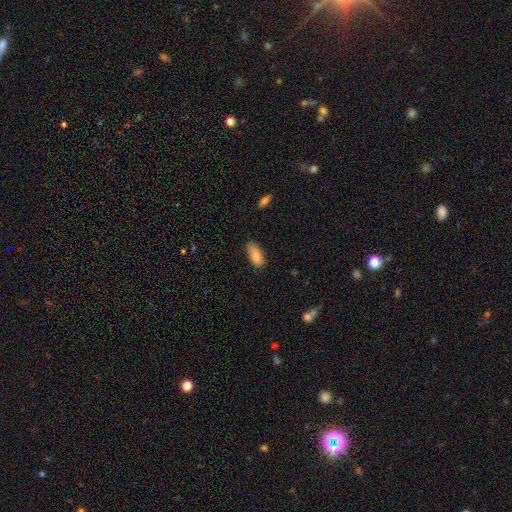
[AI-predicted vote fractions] A smooth galaxy with no disk features (88%) that is in between round and cigar-shaped (84%).

Vote fractions:
- Smooth or featured? smooth: 88% / star or artifact: 7% / featured or disk: 6%
- How rounded? in between: 84% / cigar-shaped: 15% / round: 2%
- Merging? none: 76% / minor disturbance: 19% / major disturbance: 3% / merger: 1%